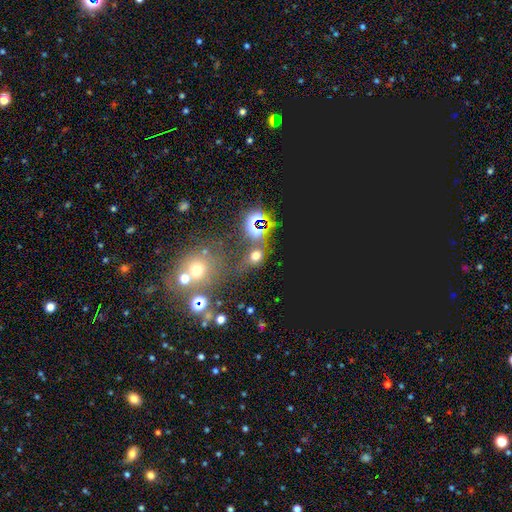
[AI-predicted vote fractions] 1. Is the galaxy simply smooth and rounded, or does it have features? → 46% smooth, 44% star or artifact, 10% featured or disk.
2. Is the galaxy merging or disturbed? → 56% none, 22% merger, 12% minor disturbance, 10% major disturbance.